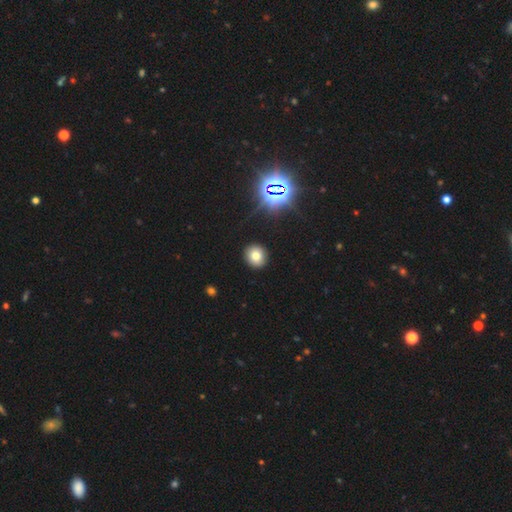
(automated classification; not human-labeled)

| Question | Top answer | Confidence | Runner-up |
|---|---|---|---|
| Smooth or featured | smooth | 75% | star or artifact (17%) |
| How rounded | round | 84% | in between (15%) |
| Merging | none | 91% | minor disturbance (6%) |